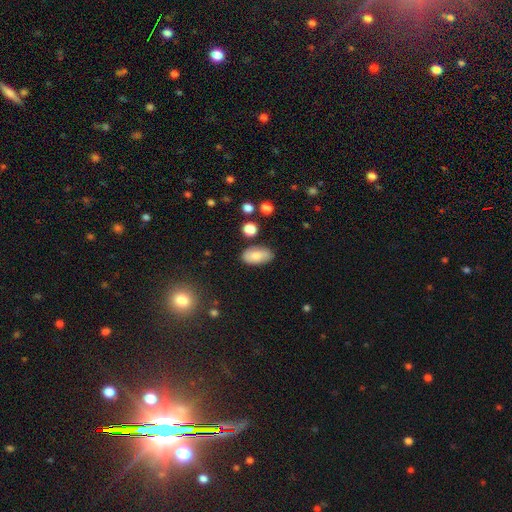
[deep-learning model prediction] Overall: smooth (78%). How rounded: in between (93%). Merging: none (79%).